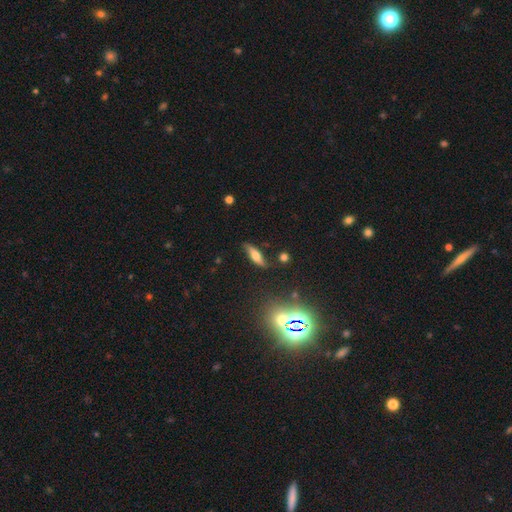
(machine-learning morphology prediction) The model was most divided on "smooth or featured": smooth: 47%, featured or disk: 42%, star or artifact: 10%. More confident: merging — none (72%).